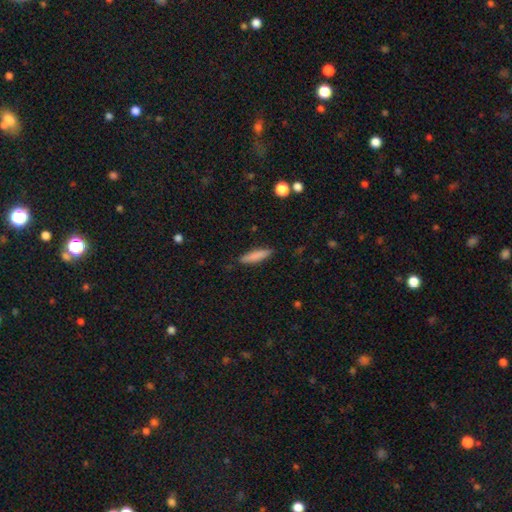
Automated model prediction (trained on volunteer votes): Overall: smooth (81%). How rounded: cigar-shaped (78%). Merging: none (85%).